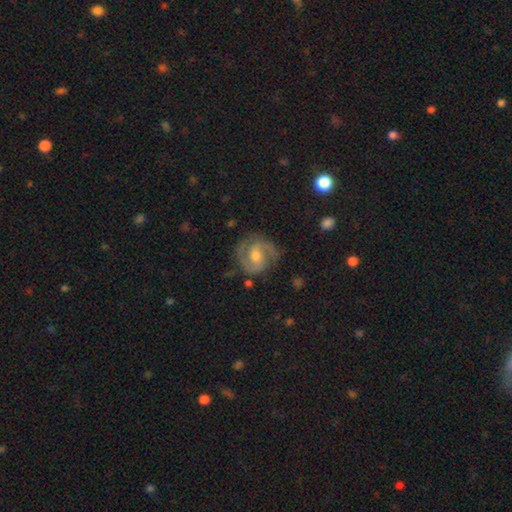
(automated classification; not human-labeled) Smooth or featured? featured or disk (83%)
Edge-on disk? no (98%)
Bar? weak (47%)
Spiral arms? yes (96%)
Spiral winding? medium (53%)
Spiral arm count? 2 (89%)
Bulge size? moderate (64%)
Merging? none (78%)